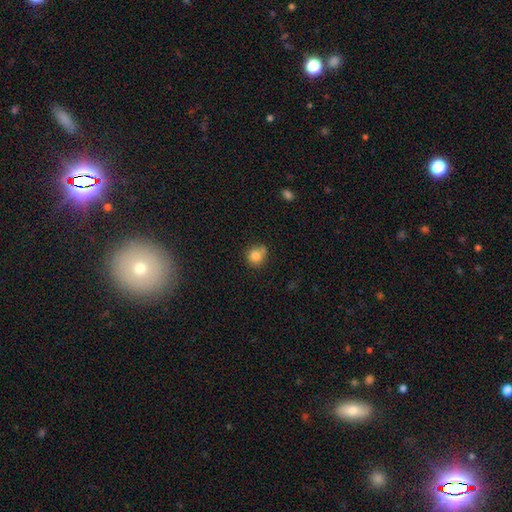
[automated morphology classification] The model was most divided on "merging": none: 59%, minor disturbance: 25%, merger: 9%, major disturbance: 6%. More confident: smooth or featured — smooth (82%); how rounded — round (81%).